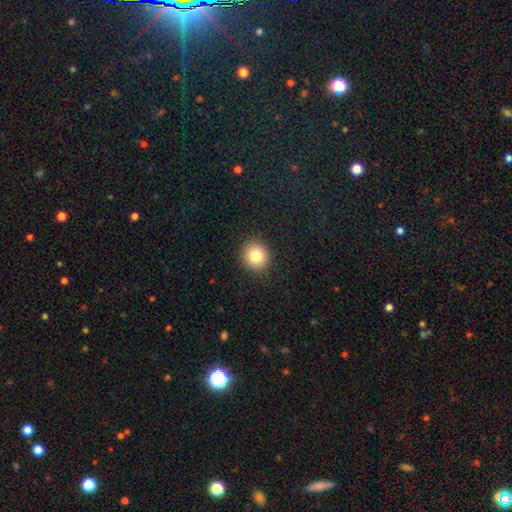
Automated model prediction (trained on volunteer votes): Morphology: type=smooth (83%); roundness=round (86%); merging=none (91%).